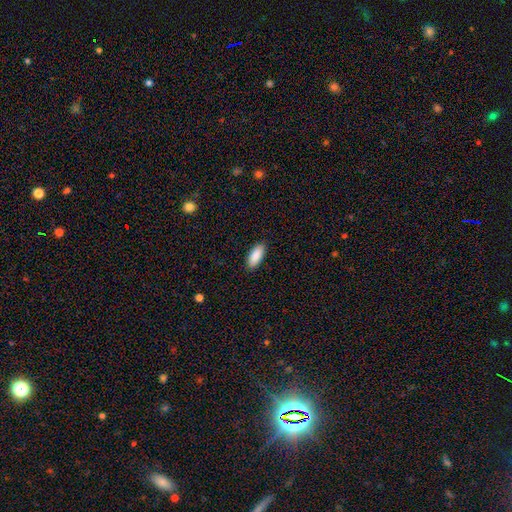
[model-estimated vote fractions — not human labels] A smooth galaxy with no disk features (90%) that is in between round and cigar-shaped (85%).

Vote fractions:
- Smooth or featured? smooth: 90% / star or artifact: 6% / featured or disk: 4%
- How rounded? in between: 85% / cigar-shaped: 13% / round: 2%
- Merging? none: 89% / minor disturbance: 9% / major disturbance: 2% / merger: 1%